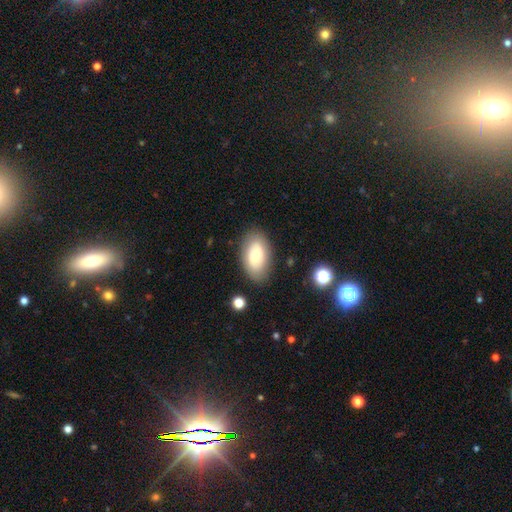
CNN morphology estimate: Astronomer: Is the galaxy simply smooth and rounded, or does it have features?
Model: smooth — 69%.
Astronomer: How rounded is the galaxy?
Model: in between — 93%.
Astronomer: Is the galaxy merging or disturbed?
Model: none — 83%.